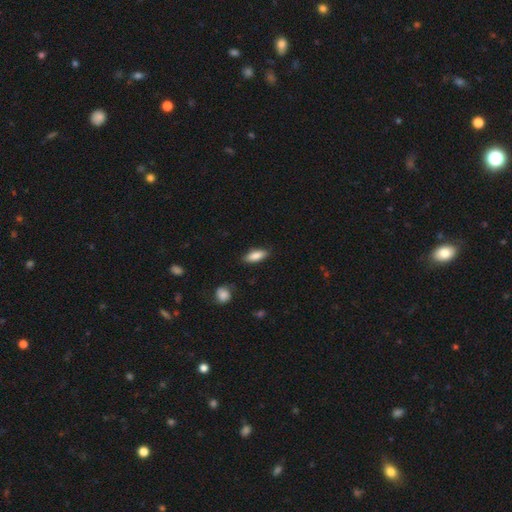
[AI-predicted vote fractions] A smooth galaxy with no disk features (84%) that is in between round and cigar-shaped (72%).

Vote fractions:
- Smooth or featured? smooth: 84% / featured or disk: 10% / star or artifact: 7%
- How rounded? in between: 72% / cigar-shaped: 25% / round: 2%
- Merging? none: 85% / minor disturbance: 11% / major disturbance: 2% / merger: 1%